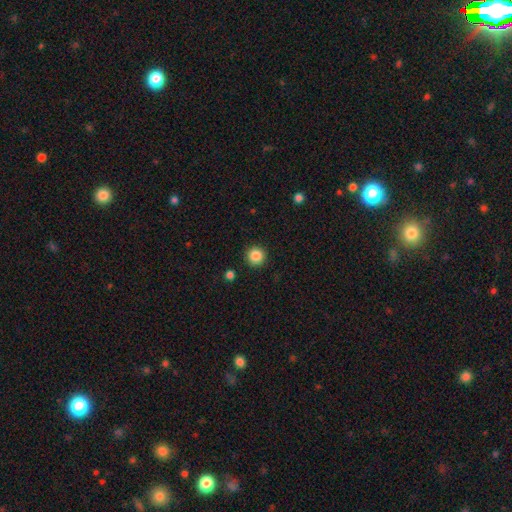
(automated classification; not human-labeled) smooth 86%, star or artifact 10%, featured or disk 4%. Down the decision tree: how rounded — round (96%); merging — none (92%).